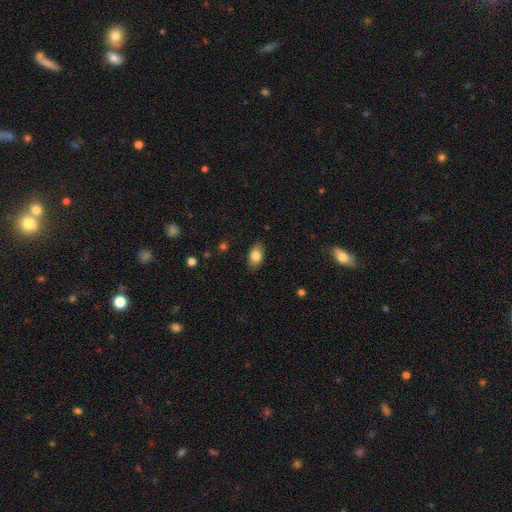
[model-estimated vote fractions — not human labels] A smooth galaxy with no disk features (82%) that is in between round and cigar-shaped (88%). Merging: none (84%).